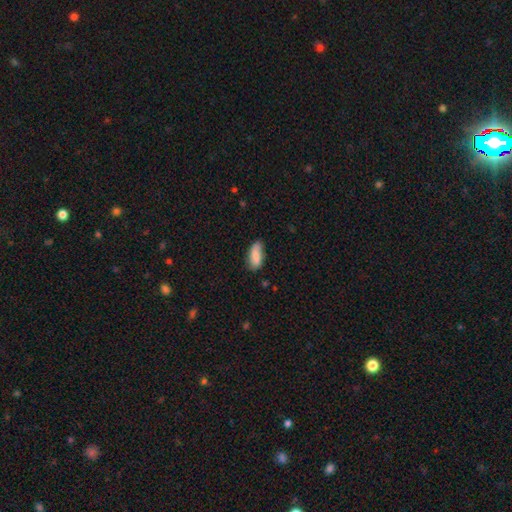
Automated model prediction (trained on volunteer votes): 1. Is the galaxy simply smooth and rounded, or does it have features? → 81% smooth, 13% featured or disk, 7% star or artifact.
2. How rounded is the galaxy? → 82% in between, 16% cigar-shaped, 2% round.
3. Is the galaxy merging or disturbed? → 71% none, 23% minor disturbance, 4% major disturbance, 2% merger.